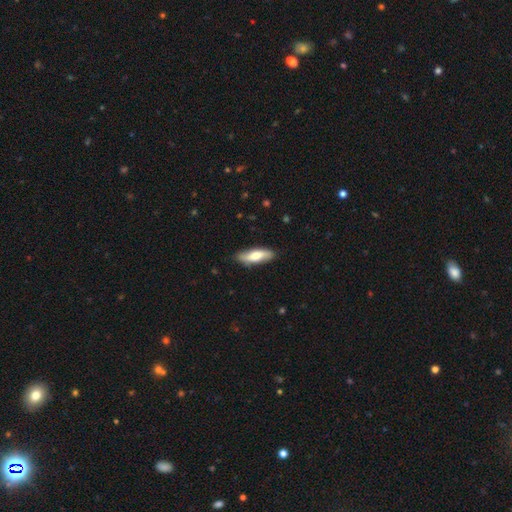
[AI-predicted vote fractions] This appears to be a smooth galaxy with no disk features (63%) that is in between round and cigar-shaped (56%). Merging: none (85%).